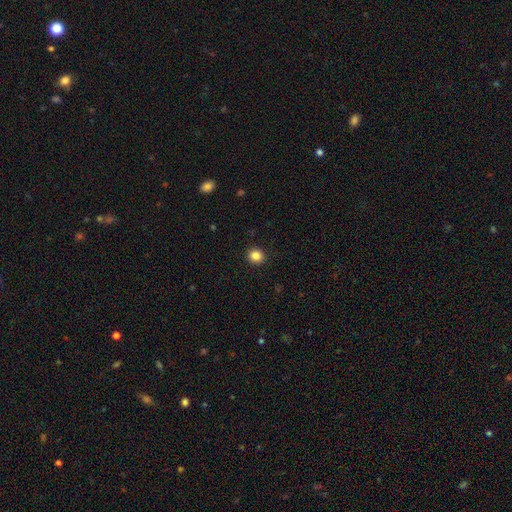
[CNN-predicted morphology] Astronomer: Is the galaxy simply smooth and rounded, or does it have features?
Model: smooth — 86%.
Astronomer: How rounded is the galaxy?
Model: round — 86%.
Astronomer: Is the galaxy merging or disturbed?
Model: none — 92%.